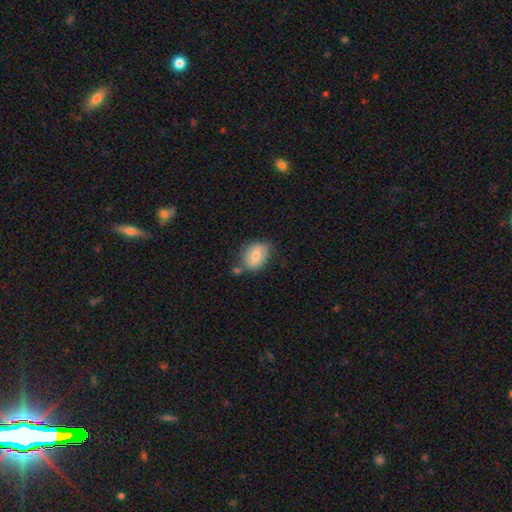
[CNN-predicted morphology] smooth-or-featured: smooth: 69% | featured or disk: 24% | star or artifact: 7%
  how-rounded: in between: 72% | round: 27% | cigar-shaped: 1%
  merging: none: 65% | minor disturbance: 20% | merger: 10% | major disturbance: 5%